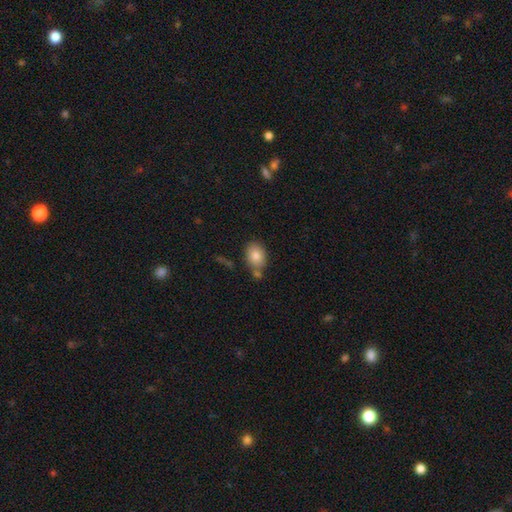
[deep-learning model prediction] smooth 83%, featured or disk 10%, star or artifact 8%. Down the decision tree: how rounded — in between (72%); merging — none (67%).